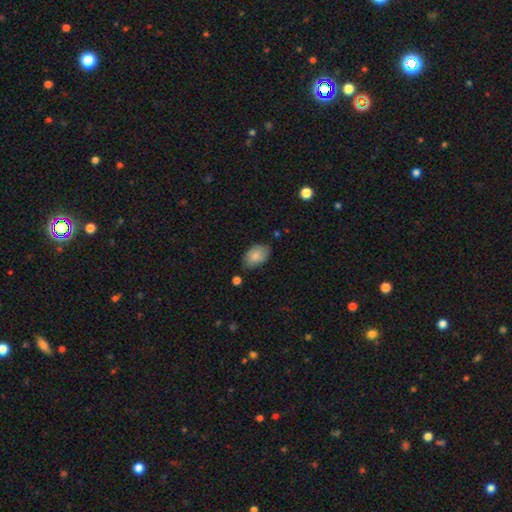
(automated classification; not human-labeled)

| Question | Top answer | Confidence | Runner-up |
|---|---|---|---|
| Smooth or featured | smooth | 82% | featured or disk (11%) |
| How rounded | in between | 87% | round (11%) |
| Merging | none | 71% | minor disturbance (22%) |